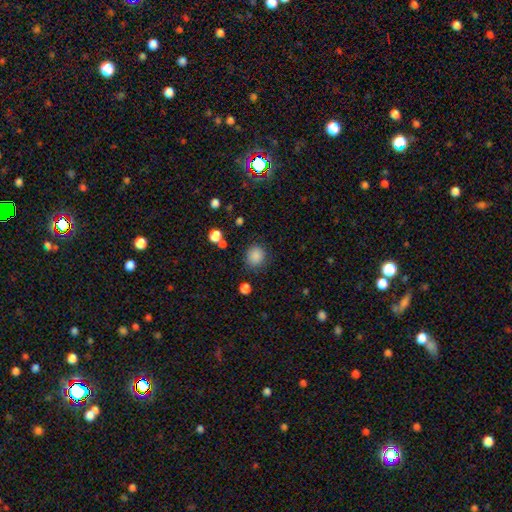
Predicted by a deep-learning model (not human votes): Overall: smooth (86%). How rounded: round (86%). Merging: none (83%).